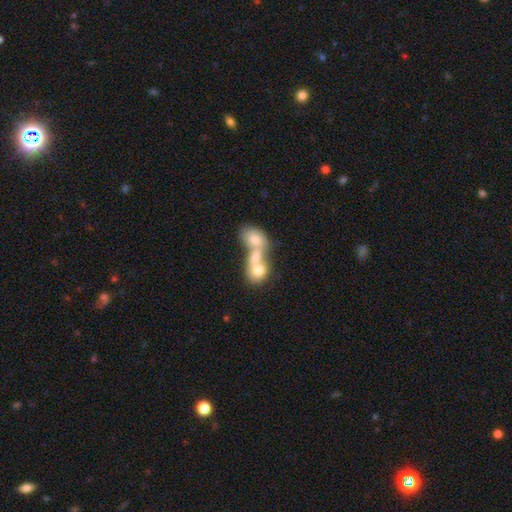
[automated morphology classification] Q: Smooth or featured?
A: smooth (70%); runner-up: featured or disk (22%)
Q: How rounded?
A: in between (60%); runner-up: round (37%)
Q: Merging?
A: merger (79%); runner-up: none (12%)